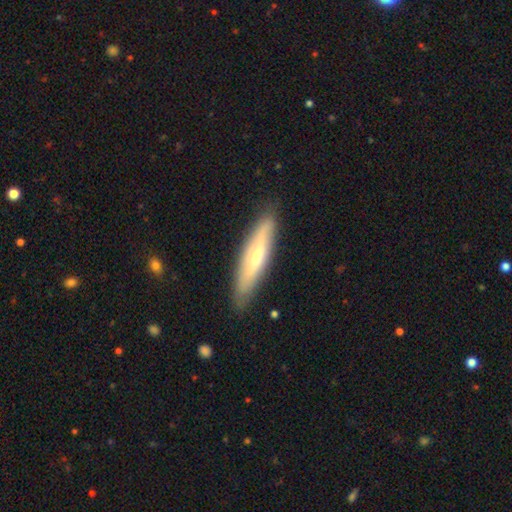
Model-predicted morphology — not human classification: Overall: smooth (48%; featured or disk 47%). Merging: none (85%).